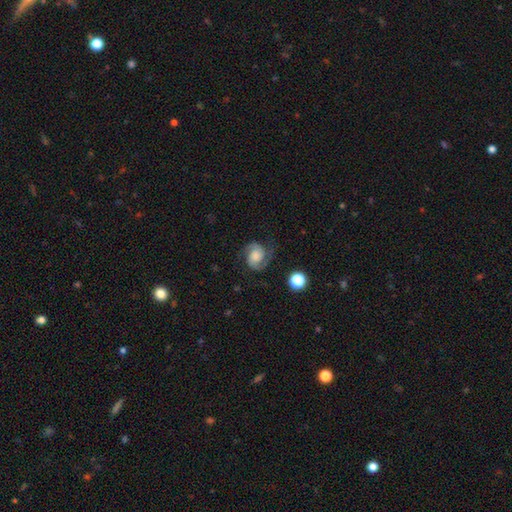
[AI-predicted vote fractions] The model was most divided on "bulge size": moderate: 29%, large: 25%, none: 22%, small: 20%, dominant: 5%. More confident: edge-on disk — no (98%); spiral arms — yes (98%); spiral arm count — 2 (93%); smooth or featured — featured or disk (85%); merging — none (76%); bar — no (65%); spiral winding — medium (54%).